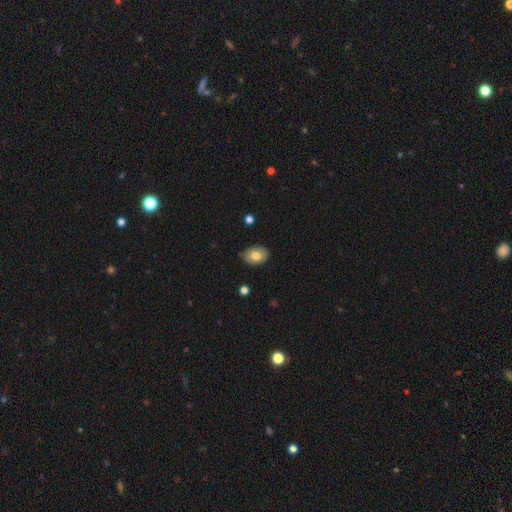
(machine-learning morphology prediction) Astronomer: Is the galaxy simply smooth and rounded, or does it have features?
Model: smooth — 76%.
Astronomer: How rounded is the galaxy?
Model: in between — 78%.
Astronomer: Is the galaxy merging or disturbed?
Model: none — 83%.